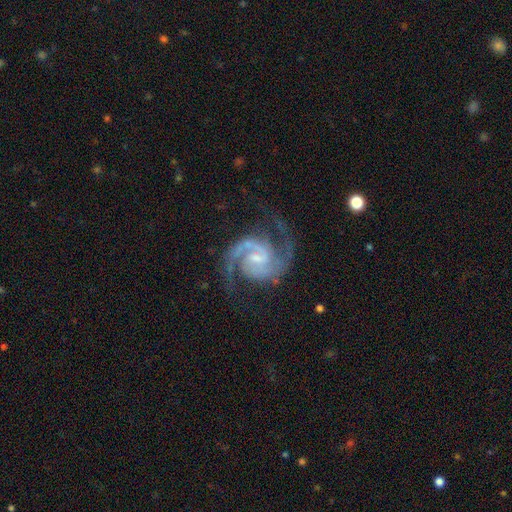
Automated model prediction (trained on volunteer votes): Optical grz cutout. It shows a featured or disk galaxy (93%) with a weak bar (51%), 2 (92%) medium (62%) spiral arms (99%) and a small central bulge (54%). Merging: none (76%).